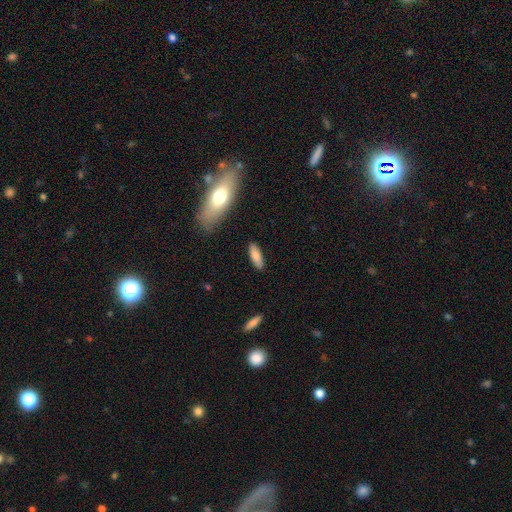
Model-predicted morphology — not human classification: Smooth or featured?
  - smooth: 82% *
  - featured or disk: 12%
  - star or artifact: 7%
How rounded?
  - in between: 51% *
  - cigar-shaped: 47%
  - round: 2%
Merging?
  - none: 86% *
  - minor disturbance: 10%
  - major disturbance: 2%
  - merger: 2%